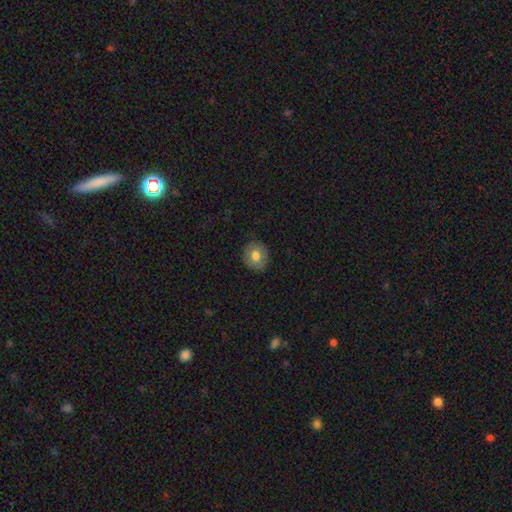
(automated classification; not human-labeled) Smooth or featured? smooth (74%)
How rounded? round (79%)
Merging? none (87%)